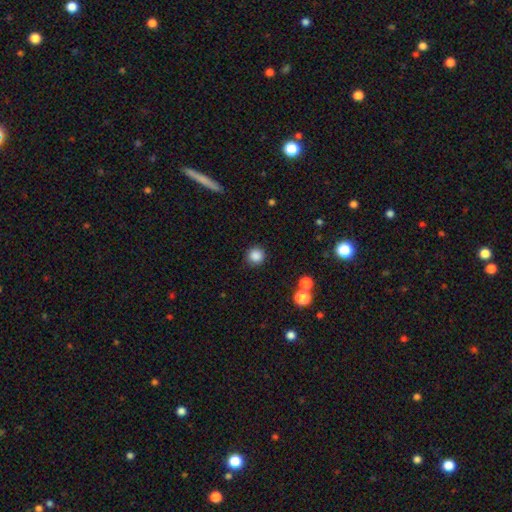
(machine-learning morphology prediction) Smooth or featured? smooth (86%)
How rounded? round (93%)
Merging? none (88%)